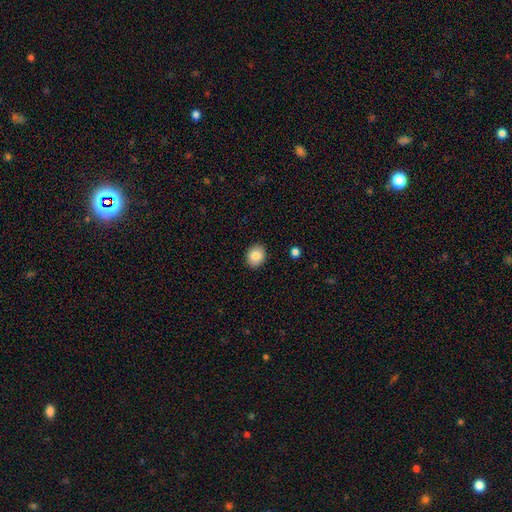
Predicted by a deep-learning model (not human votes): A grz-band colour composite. It shows a smooth galaxy with no disk features (85%) that is round (65%). Merging: none (90%).